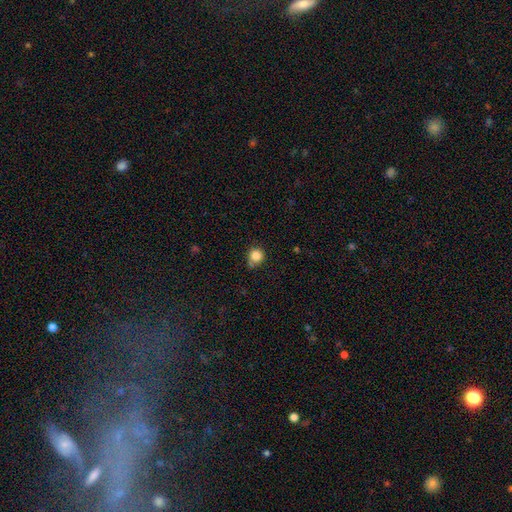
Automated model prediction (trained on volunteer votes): The model was most divided on "merging": none: 73%, minor disturbance: 15%, merger: 8%, major disturbance: 4%. More confident: how rounded — round (92%); smooth or featured — smooth (85%).